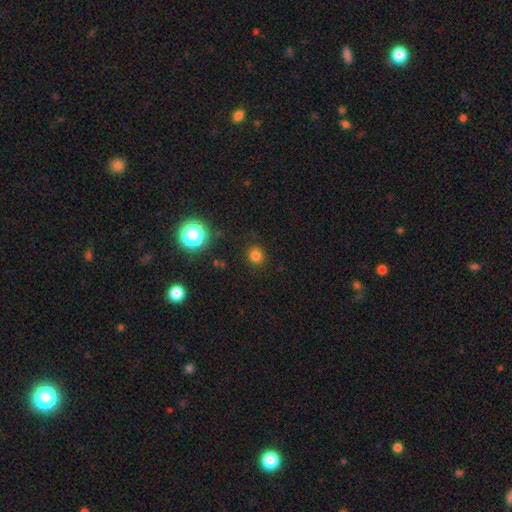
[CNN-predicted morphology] A smooth galaxy with no disk features (77%) that is round (90%).

Vote fractions:
- Smooth or featured? smooth: 77% / star or artifact: 18% / featured or disk: 5%
- How rounded? round: 90% / in between: 9% / cigar-shaped: 1%
- Merging? none: 89% / minor disturbance: 7% / major disturbance: 3% / merger: 1%